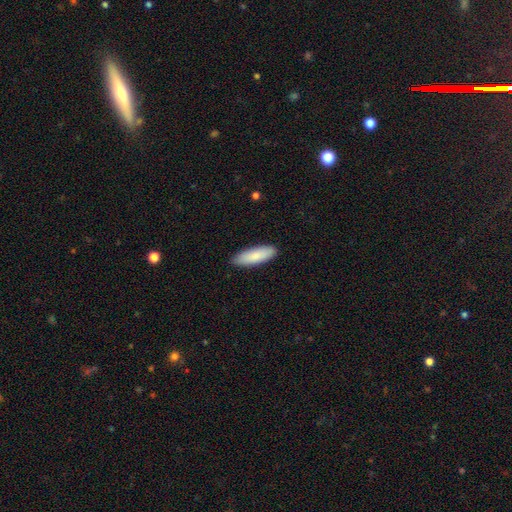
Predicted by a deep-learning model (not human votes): smooth-or-featured: smooth: 86% | featured or disk: 9% | star or artifact: 5%
  how-rounded: in between: 55% | cigar-shaped: 44% | round: 2%
  merging: none: 89% | minor disturbance: 8% | major disturbance: 2% | merger: 1%